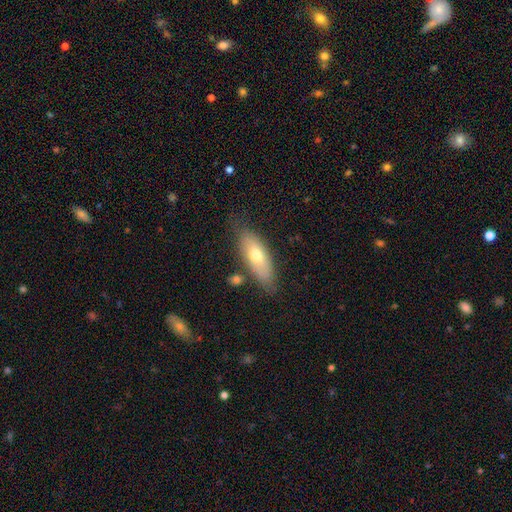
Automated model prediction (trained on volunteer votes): Smooth or featured: smooth — 63% (featured or disk — 30%)
How rounded: in between — 73% (cigar-shaped — 24%)
Merging: none — 73% (minor disturbance — 17%)